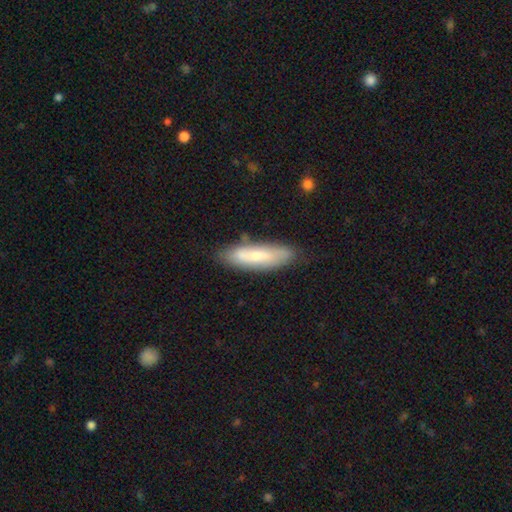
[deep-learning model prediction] Smooth or featured? smooth (65%)
How rounded? cigar-shaped (61%)
Merging? none (76%)